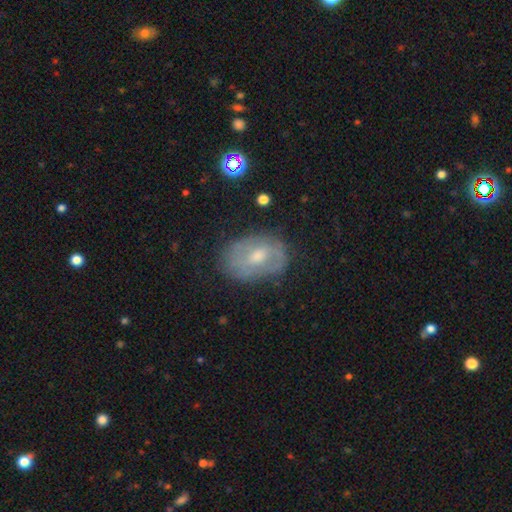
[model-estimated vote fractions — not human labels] Q: Smooth or featured?
A: featured or disk (52%); runner-up: smooth (40%)
Q: Edge-on disk?
A: no (94%); runner-up: yes (6%)
Q: Merging?
A: none (67%); runner-up: minor disturbance (23%)